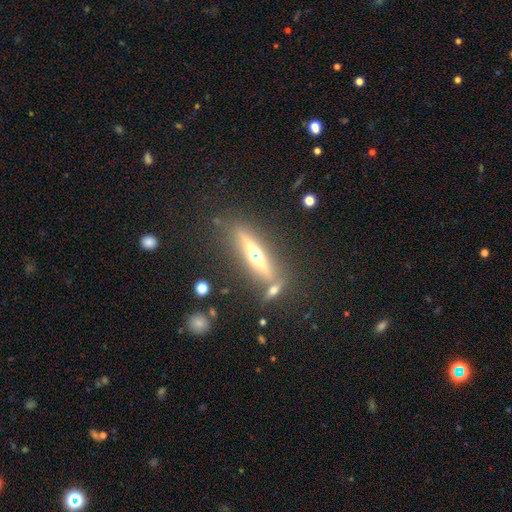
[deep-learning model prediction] This appears to be a featured or disk galaxy (69%) viewed edge-on (93%) with a rounded central bulge (89%). Merging: none (75%).